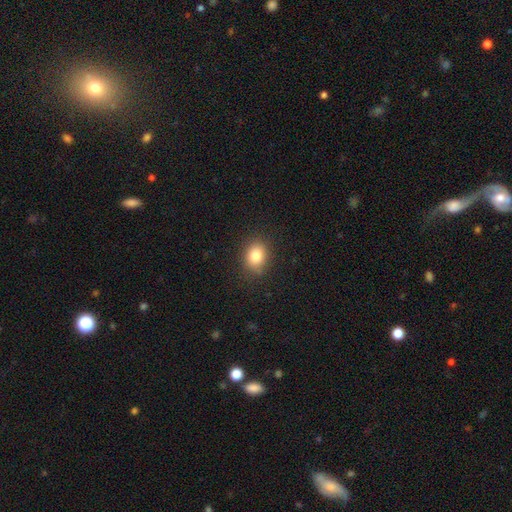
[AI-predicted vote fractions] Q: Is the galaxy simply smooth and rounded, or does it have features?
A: smooth — 83%.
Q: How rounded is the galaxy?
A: in between — 52%.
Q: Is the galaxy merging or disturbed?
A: none — 85%.